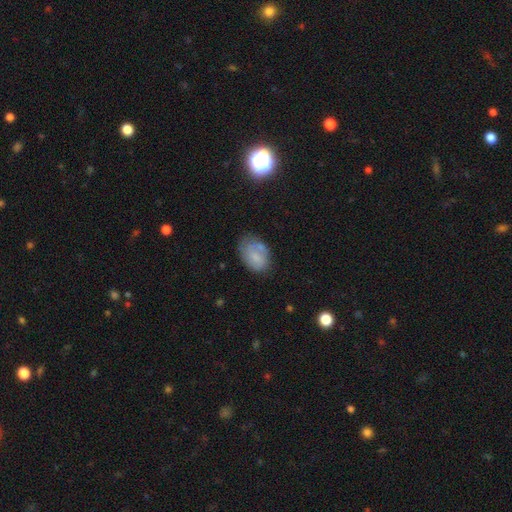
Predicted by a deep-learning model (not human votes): This appears to be a smooth galaxy with no disk features (61%) that is in between round and cigar-shaped (82%). Merging: none (54%).